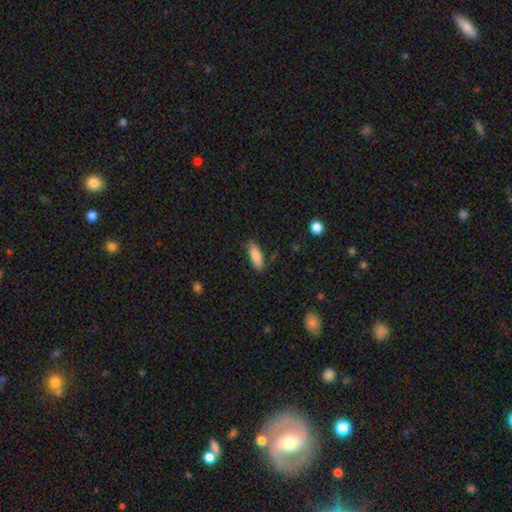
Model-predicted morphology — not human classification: The model was most divided on "how rounded": in between: 66%, cigar-shaped: 32%, round: 2%. More confident: smooth or featured — smooth (86%); merging — none (81%).